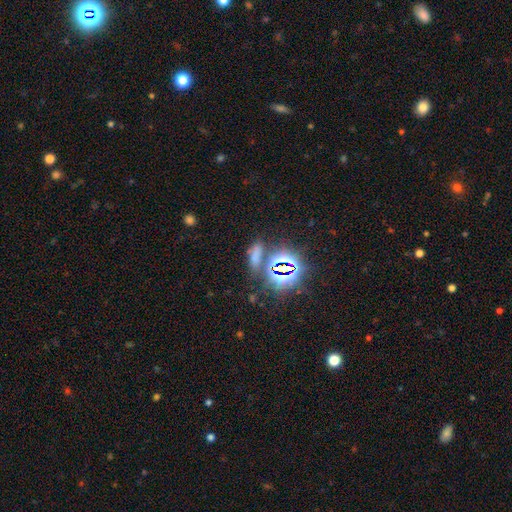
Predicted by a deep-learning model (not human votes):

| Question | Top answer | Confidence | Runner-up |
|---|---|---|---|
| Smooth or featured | star or artifact | 45% | tied: smooth (45%) |